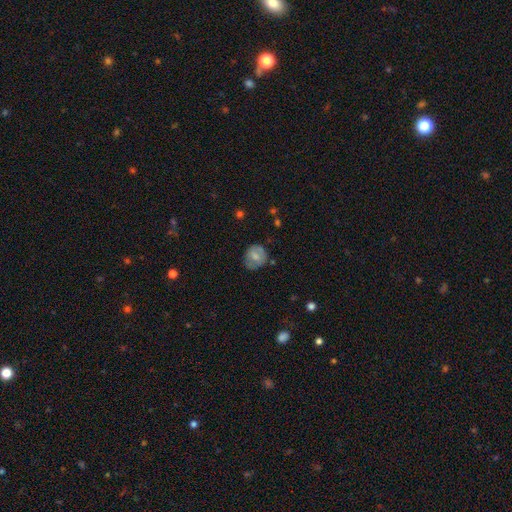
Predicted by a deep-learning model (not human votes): Smooth or featured? Predicted: smooth (p=0.66). How rounded? Predicted: round (p=0.69). Merging? Predicted: none (p=0.67).